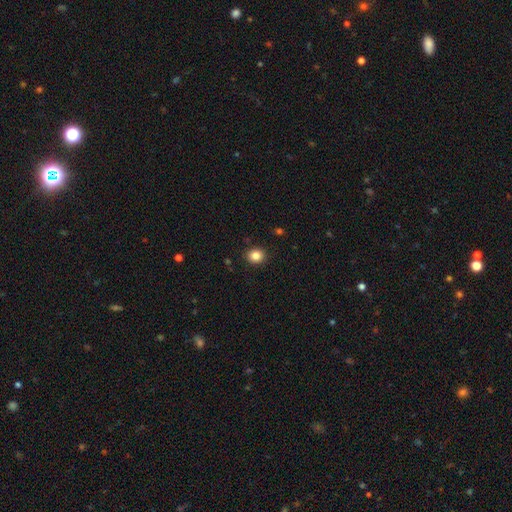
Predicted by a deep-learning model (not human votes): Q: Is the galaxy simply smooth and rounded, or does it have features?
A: smooth — 85%.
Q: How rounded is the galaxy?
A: round — 72%.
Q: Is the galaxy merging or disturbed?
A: none — 90%.